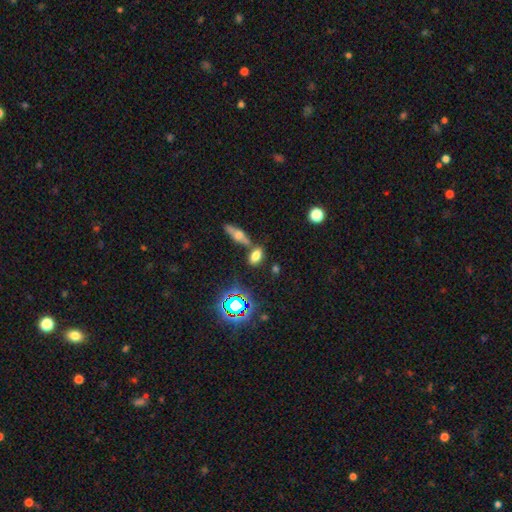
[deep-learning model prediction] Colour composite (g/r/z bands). It shows a smooth galaxy with no disk features (68%) that is in between round and cigar-shaped (81%). Merging: none (65%).